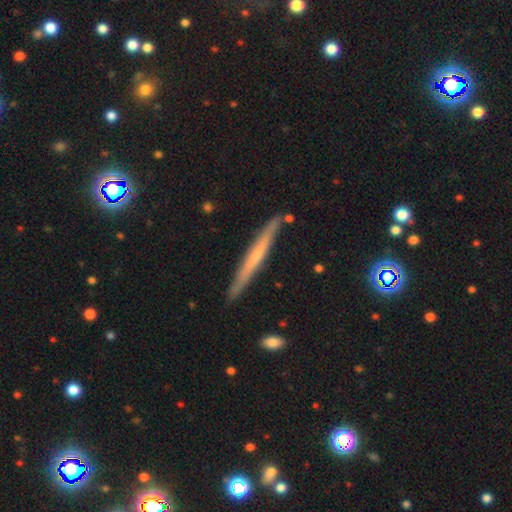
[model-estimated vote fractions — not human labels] Smooth or featured: featured or disk — 57% (smooth — 37%)
Edge-on disk: yes — 96% (no — 4%)
Edge-on bulge: none — 63% (rounded — 30%)
Merging: none — 88% (minor disturbance — 9%)